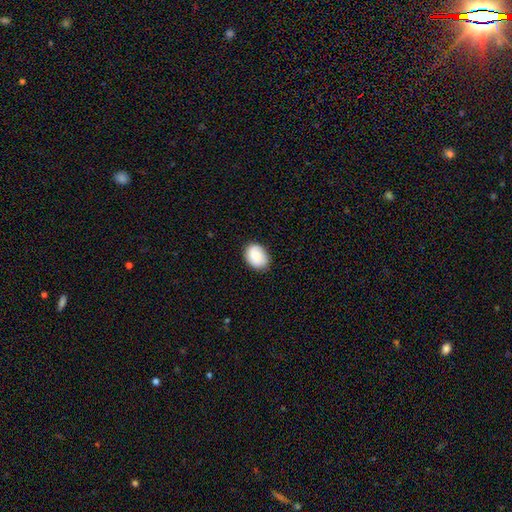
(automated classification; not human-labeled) smooth_or_featured: smooth (p=0.83) [alt: featured or disk p=0.10]
how_rounded: in between (p=0.63) [alt: round p=0.36]
merging: none (p=0.83) [alt: minor disturbance p=0.14]